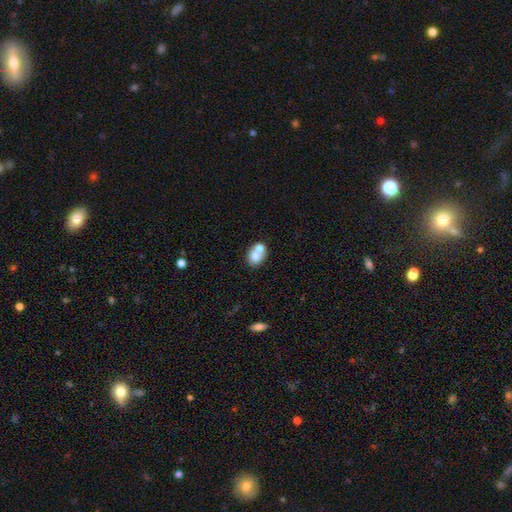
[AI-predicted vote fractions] Morphology: type=smooth (71%); roundness=round (60%); merging=merger (52%).